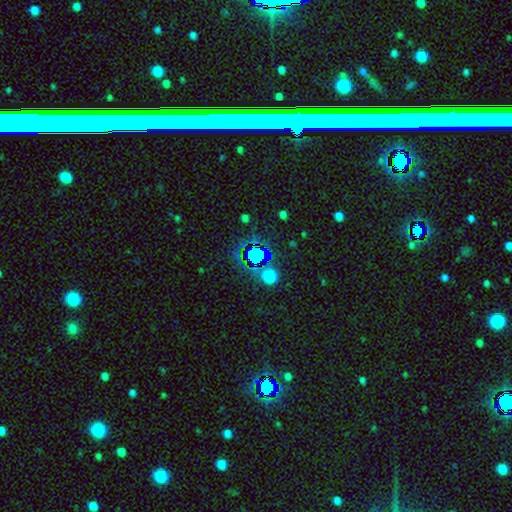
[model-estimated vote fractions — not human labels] Smooth or featured? Predicted: star or artifact (p=0.62).